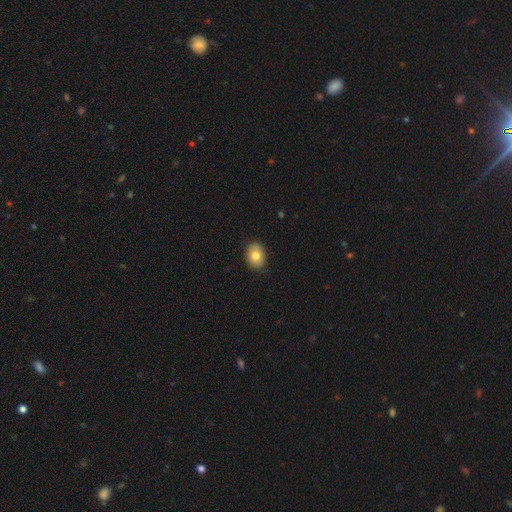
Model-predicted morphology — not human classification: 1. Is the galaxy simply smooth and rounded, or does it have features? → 80% smooth, 12% featured or disk, 8% star or artifact.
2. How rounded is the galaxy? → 65% in between, 35% round, 1% cigar-shaped.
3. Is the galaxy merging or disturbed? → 88% none, 9% minor disturbance, 2% major disturbance, 1% merger.